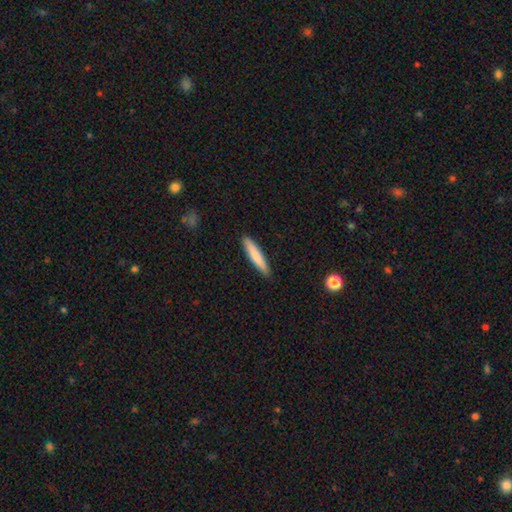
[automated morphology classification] Smooth or featured? smooth (80%)
How rounded? cigar-shaped (91%)
Merging? none (90%)